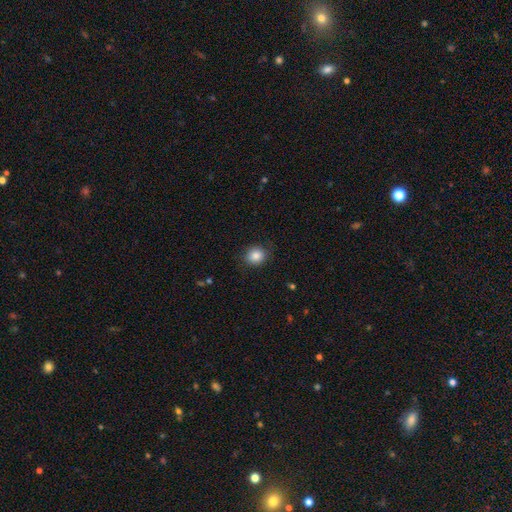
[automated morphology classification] Smooth or featured? Predicted: smooth (p=0.85). How rounded? Predicted: round (p=0.79). Merging? Predicted: none (p=0.86).